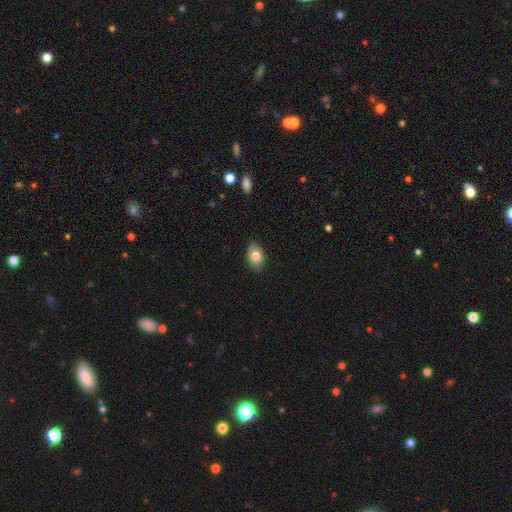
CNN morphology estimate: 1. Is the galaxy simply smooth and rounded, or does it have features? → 80% smooth, 12% featured or disk, 7% star or artifact.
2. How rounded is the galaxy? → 88% in between, 10% round, 1% cigar-shaped.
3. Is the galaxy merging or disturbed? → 86% none, 11% minor disturbance, 2% major disturbance, 1% merger.